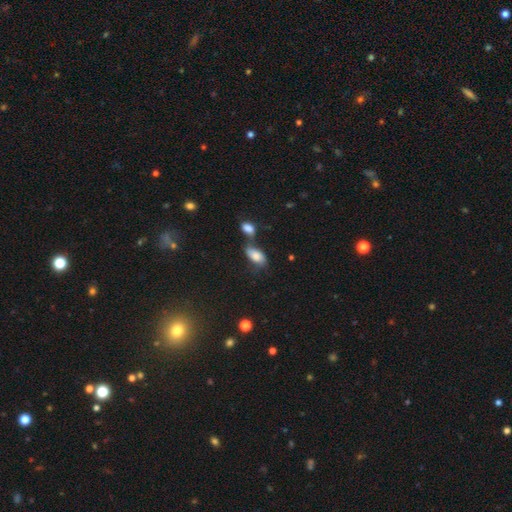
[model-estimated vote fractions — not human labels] smooth_or_featured: smooth (p=0.79) [alt: featured or disk p=0.12]
how_rounded: in between (p=0.91) [alt: round p=0.05]
merging: none (p=0.36) [alt: merger p=0.34]